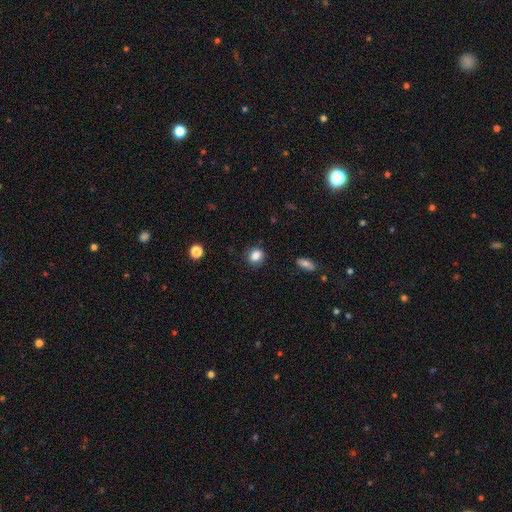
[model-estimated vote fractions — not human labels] Q: Smooth or featured?
A: smooth (86%); runner-up: star or artifact (10%)
Q: How rounded?
A: round (63%); runner-up: in between (36%)
Q: Merging?
A: none (85%); runner-up: minor disturbance (11%)